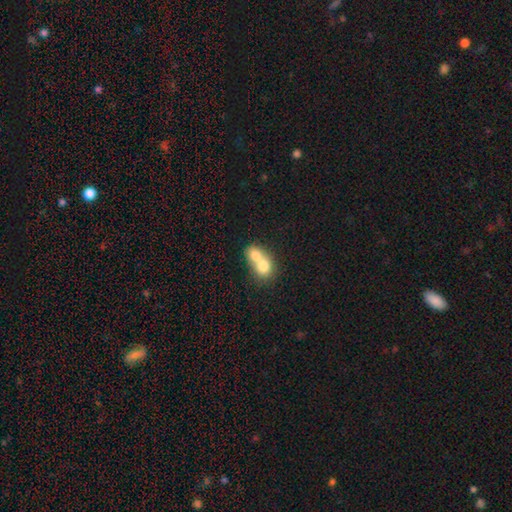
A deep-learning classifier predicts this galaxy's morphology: This is likely a smooth galaxy (72%). How rounded: likely round (64%). Merging: likely merger (77%).